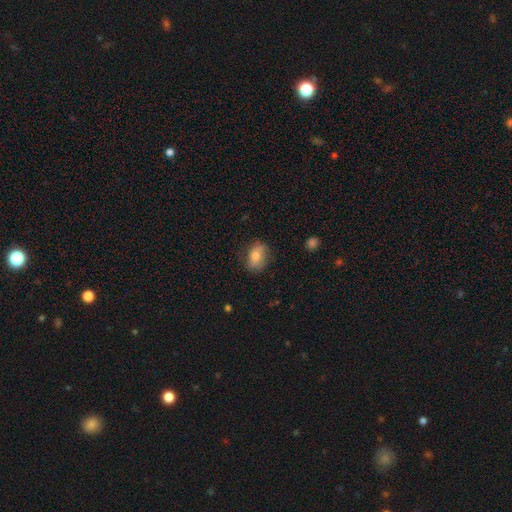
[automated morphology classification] Q: Smooth or featured?
A: smooth (69%); runner-up: featured or disk (22%)
Q: How rounded?
A: in between (74%); runner-up: round (24%)
Q: Merging?
A: none (75%); runner-up: minor disturbance (19%)